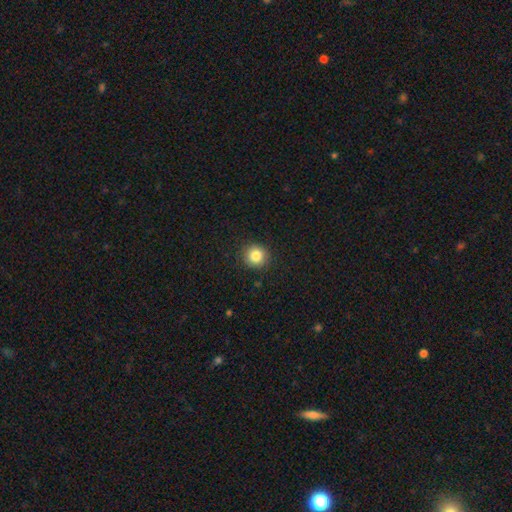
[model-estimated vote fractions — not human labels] Smooth or featured?
  - smooth: 84% *
  - star or artifact: 10%
  - featured or disk: 6%
How rounded?
  - round: 92% *
  - in between: 7%
  - cigar-shaped: 1%
Merging?
  - none: 90% *
  - minor disturbance: 7%
  - major disturbance: 2%
  - merger: 1%